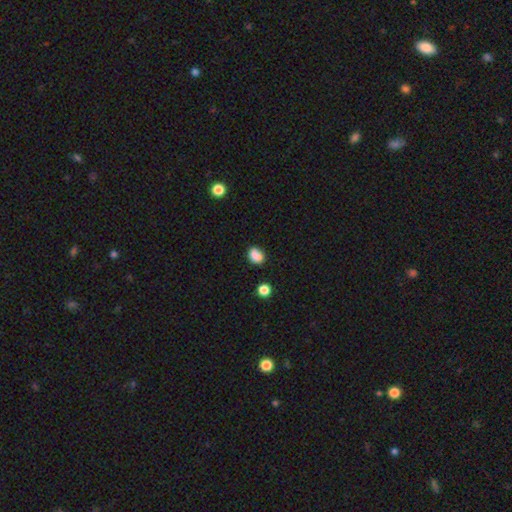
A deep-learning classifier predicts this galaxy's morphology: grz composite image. It shows a smooth galaxy with no disk features (83%) that is in between round and cigar-shaped (65%). Merging: none (65%).